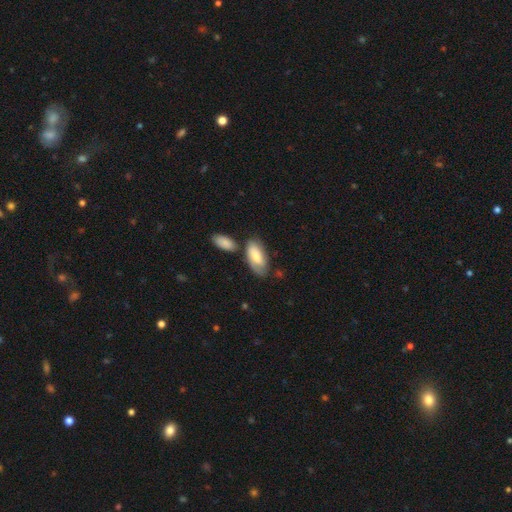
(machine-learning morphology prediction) smooth_or_featured: smooth (p=0.66) [alt: featured or disk p=0.28]
how_rounded: in between (p=0.89) [alt: cigar-shaped p=0.08]
merging: none (p=0.59) [alt: minor disturbance p=0.21]